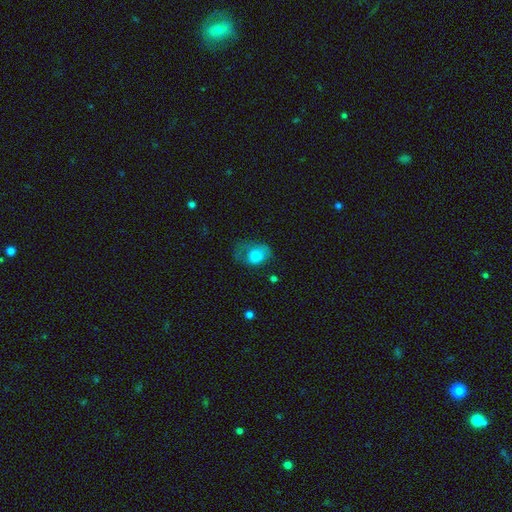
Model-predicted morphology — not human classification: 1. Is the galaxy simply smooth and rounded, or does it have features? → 71% smooth, 21% featured or disk, 9% star or artifact.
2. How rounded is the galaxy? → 65% in between, 33% round, 1% cigar-shaped.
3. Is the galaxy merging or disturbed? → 39% major disturbance, 30% none, 29% minor disturbance, 2% merger.